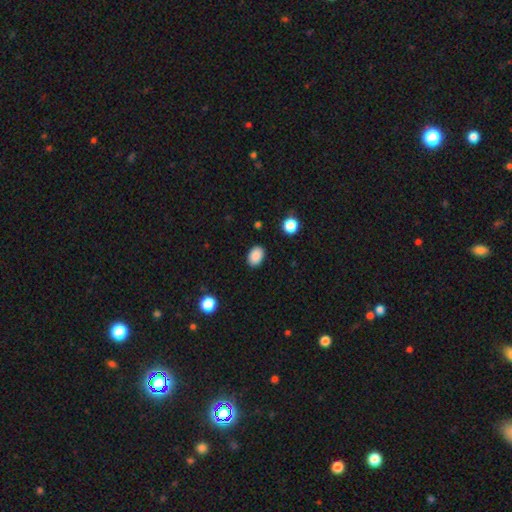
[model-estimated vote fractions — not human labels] smooth_or_featured: smooth (p=0.89) [alt: star or artifact p=0.08]
how_rounded: in between (p=0.81) [alt: round p=0.18]
merging: none (p=0.88) [alt: minor disturbance p=0.09]